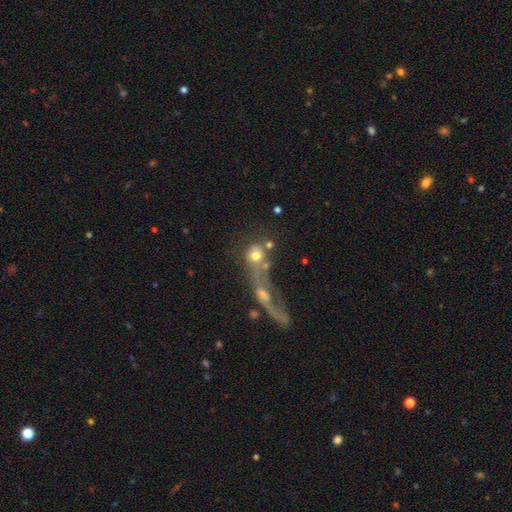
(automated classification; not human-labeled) Morphology: type=smooth (57%); roundness=round (66%); merging=merger (54%).